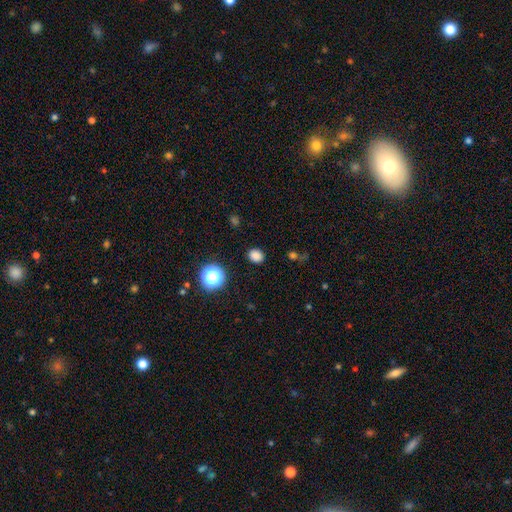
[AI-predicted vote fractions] A smooth galaxy with no disk features (81%) that is round (60%). Merging: none (88%).